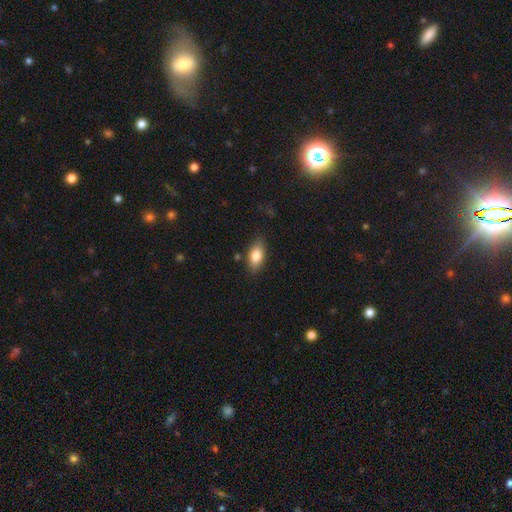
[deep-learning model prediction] The model was most divided on "merging": none: 82%, minor disturbance: 13%, major disturbance: 3%, merger: 2%. More confident: how rounded — in between (88%); smooth or featured — smooth (82%).